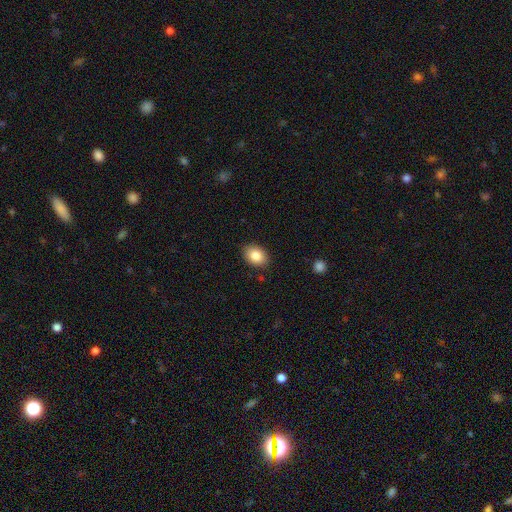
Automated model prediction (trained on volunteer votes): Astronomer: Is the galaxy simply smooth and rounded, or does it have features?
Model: smooth — 85%.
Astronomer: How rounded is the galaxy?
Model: in between — 72%.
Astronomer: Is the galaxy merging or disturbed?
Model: none — 86%.